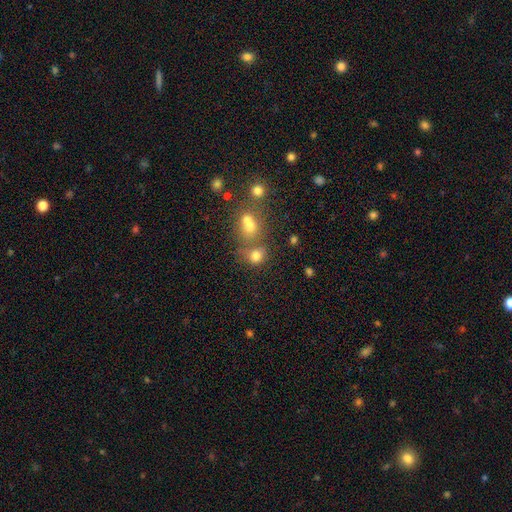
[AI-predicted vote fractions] smooth-or-featured: smooth: 74% | star or artifact: 15% | featured or disk: 11%
  how-rounded: round: 71% | in between: 28% | cigar-shaped: 1%
  merging: none: 47% | merger: 36% | minor disturbance: 11% | major disturbance: 6%